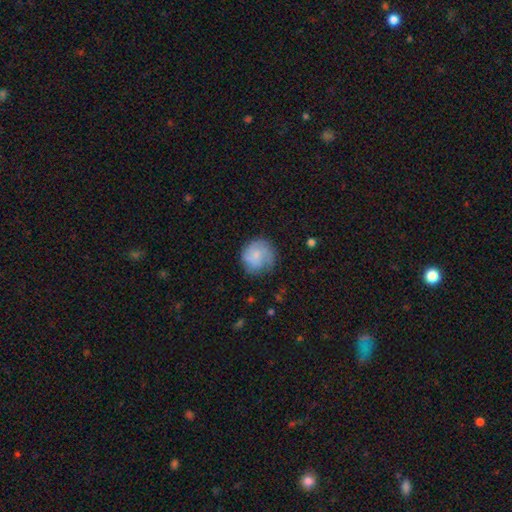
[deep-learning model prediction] smooth-or-featured: smooth: 63% | featured or disk: 29% | star or artifact: 8%
  how-rounded: round: 87% | in between: 12% | cigar-shaped: 1%
  merging: none: 65% | minor disturbance: 23% | major disturbance: 10% | merger: 2%